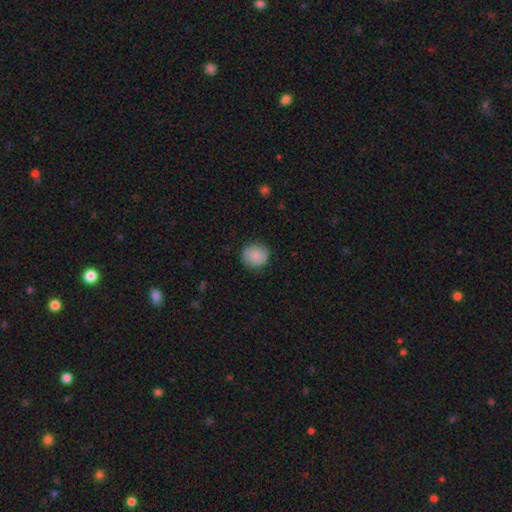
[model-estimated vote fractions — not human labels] Smooth or featured? Predicted: smooth (p=0.79). How rounded? Predicted: round (p=0.87). Merging? Predicted: none (p=0.83).